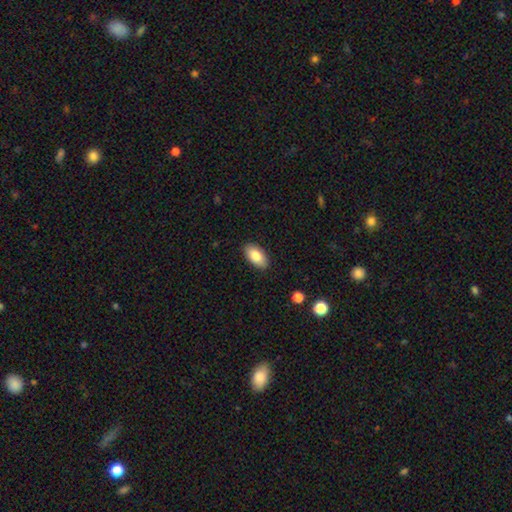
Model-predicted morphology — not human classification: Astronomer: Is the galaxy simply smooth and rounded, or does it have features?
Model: smooth — 83%.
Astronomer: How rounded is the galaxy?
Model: in between — 93%.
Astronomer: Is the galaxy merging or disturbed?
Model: none — 88%.